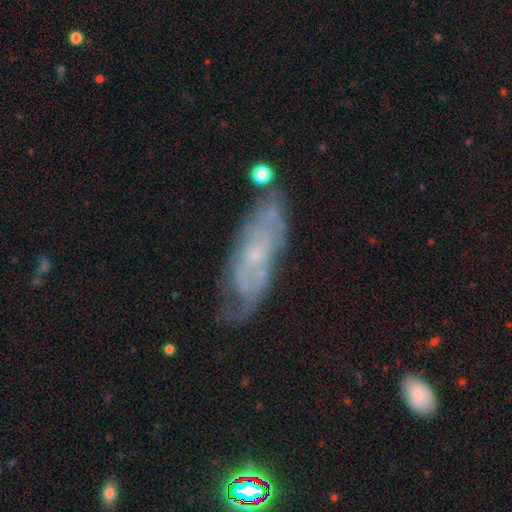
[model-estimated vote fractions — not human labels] Overall: featured or disk (68%). Edge-on disk: no (84%). Bar: no (73%). Spiral arms: yes (72%). Bulge size: small (74%). Merging: none (57%; minor disturbance 26%).